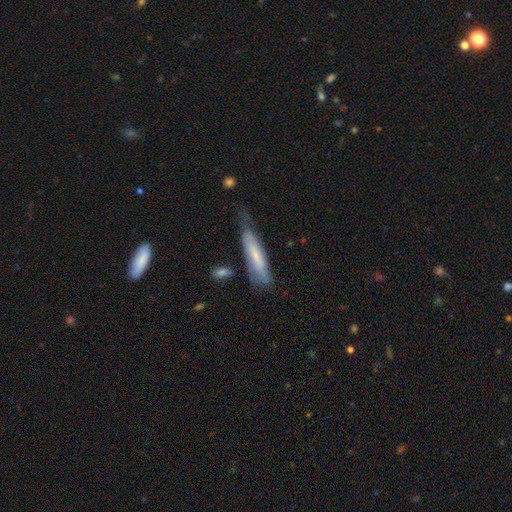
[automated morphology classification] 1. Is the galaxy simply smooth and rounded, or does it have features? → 50% smooth, 43% featured or disk, 7% star or artifact.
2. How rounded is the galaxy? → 75% cigar-shaped, 24% in between, 1% round.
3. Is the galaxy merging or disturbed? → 47% none, 33% minor disturbance, 15% major disturbance, 5% merger.